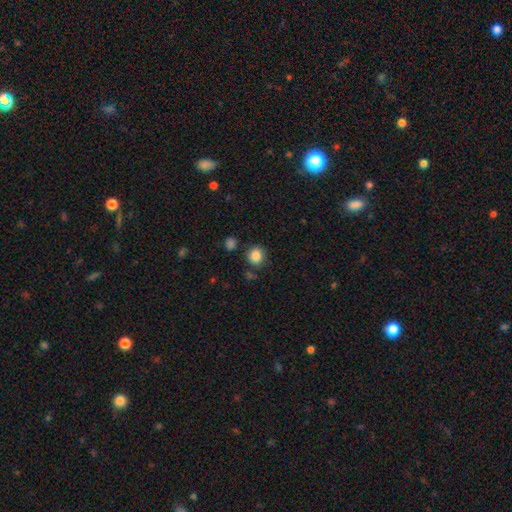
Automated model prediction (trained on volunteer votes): Morphology: type=smooth (87%); roundness=round (85%); merging=none (81%).